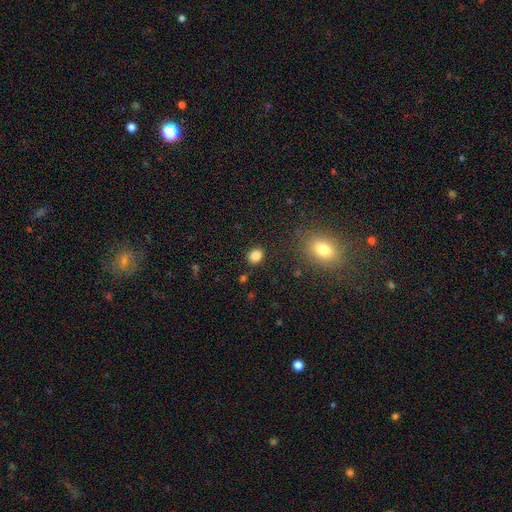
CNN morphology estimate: Smooth or featured?
  - smooth: 84% *
  - star or artifact: 11%
  - featured or disk: 5%
How rounded?
  - round: 64% *
  - in between: 35%
  - cigar-shaped: 1%
Merging?
  - none: 87% *
  - minor disturbance: 8%
  - major disturbance: 3%
  - merger: 2%